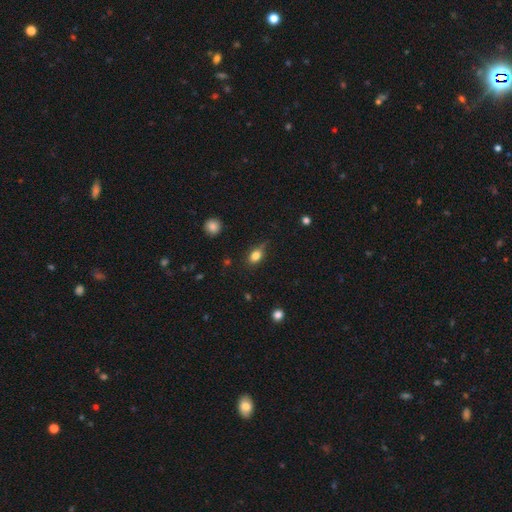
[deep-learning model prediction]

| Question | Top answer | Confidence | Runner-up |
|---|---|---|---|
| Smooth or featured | smooth | 79% | featured or disk (11%) |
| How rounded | in between | 71% | round (24%) |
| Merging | none | 63% | minor disturbance (28%) |